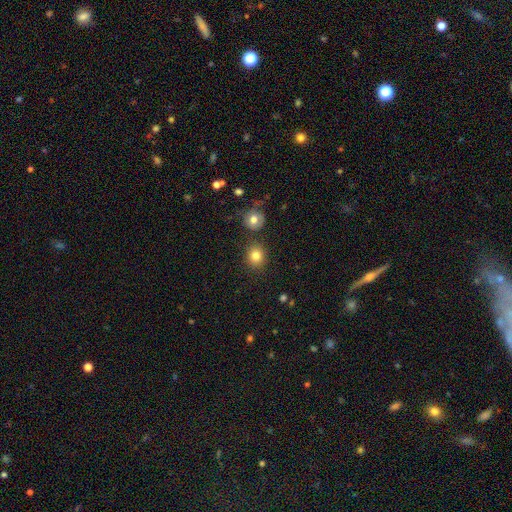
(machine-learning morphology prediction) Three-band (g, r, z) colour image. It shows a smooth galaxy with no disk features (82%) that is round (82%). Merging: none (81%).